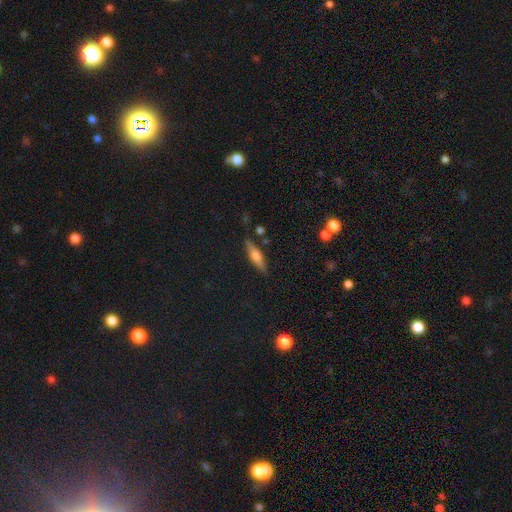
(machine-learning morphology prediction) smooth-or-featured: featured or disk: 46% | smooth: 45% | star or artifact: 8%
  merging: none: 83% | minor disturbance: 11% | merger: 3% | major disturbance: 3%